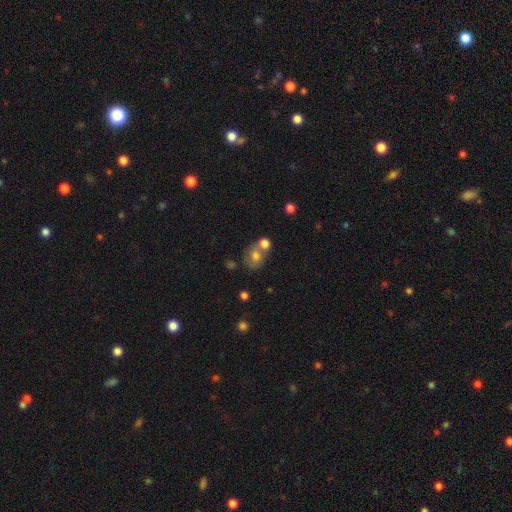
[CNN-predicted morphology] Smooth or featured: smooth — 70% (featured or disk — 19%)
How rounded: round — 52% (in between — 46%)
Merging: merger — 45% (none — 39%)